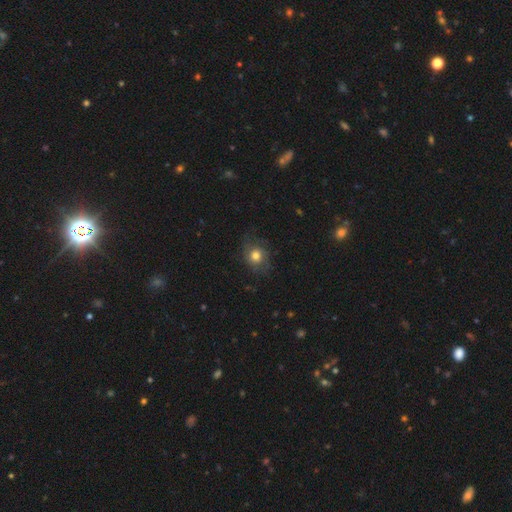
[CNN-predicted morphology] smooth 61%, featured or disk 27%, star or artifact 12%. Down the decision tree: how rounded — round (72%); merging — none (69%).